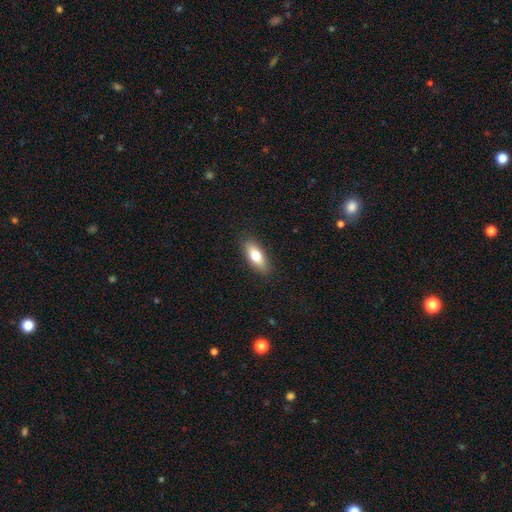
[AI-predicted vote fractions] Morphology: type=smooth (73%); roundness=in between (74%); merging=none (88%).